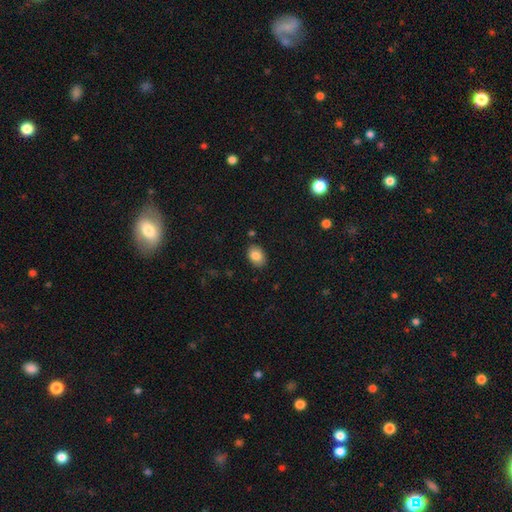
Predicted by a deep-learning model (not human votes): Q: Smooth or featured?
A: smooth (85%); runner-up: star or artifact (8%)
Q: How rounded?
A: in between (76%); runner-up: round (23%)
Q: Merging?
A: none (85%); runner-up: minor disturbance (10%)